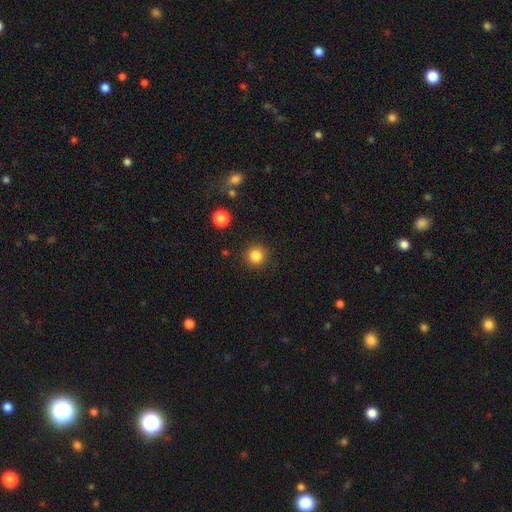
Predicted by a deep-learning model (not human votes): A smooth galaxy with no disk features (84%) that is round (93%). Merging: none (89%).